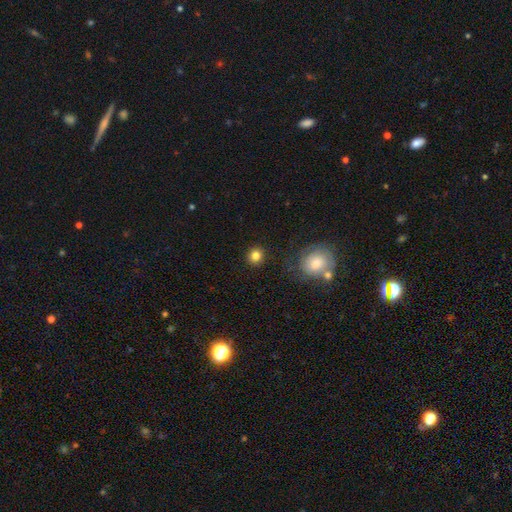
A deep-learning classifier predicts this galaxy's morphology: Smooth or featured? Predicted: smooth (p=0.84). How rounded? Predicted: round (p=0.88). Merging? Predicted: none (p=0.89).